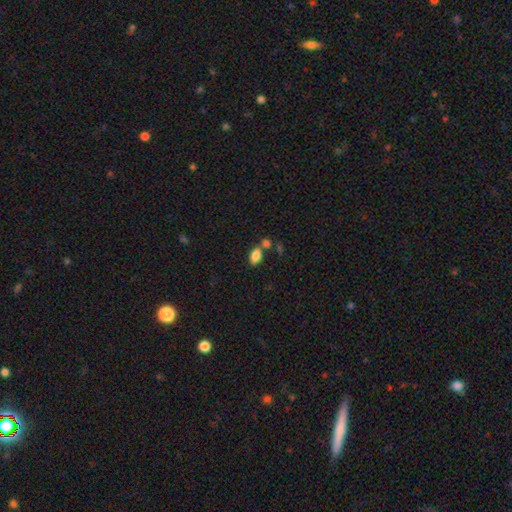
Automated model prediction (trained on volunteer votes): Smooth or featured?
  - smooth: 84% *
  - star or artifact: 9%
  - featured or disk: 7%
How rounded?
  - in between: 90% *
  - round: 7%
  - cigar-shaped: 2%
Merging?
  - none: 57% *
  - merger: 27%
  - minor disturbance: 12%
  - major disturbance: 4%